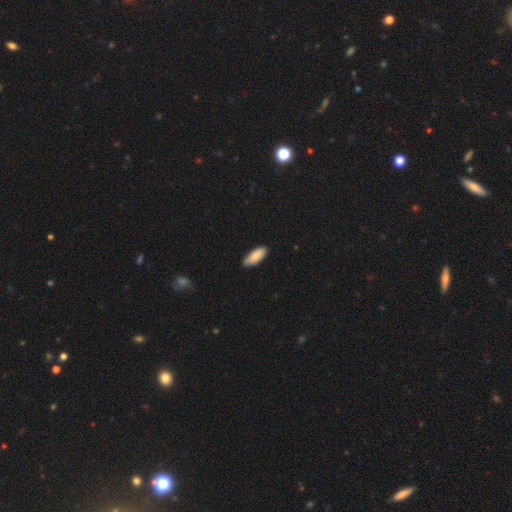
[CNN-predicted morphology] Smooth or featured?
  - smooth: 84% *
  - featured or disk: 10%
  - star or artifact: 6%
How rounded?
  - in between: 81% *
  - cigar-shaped: 18%
  - round: 2%
Merging?
  - none: 78% *
  - minor disturbance: 19%
  - major disturbance: 2%
  - merger: 1%